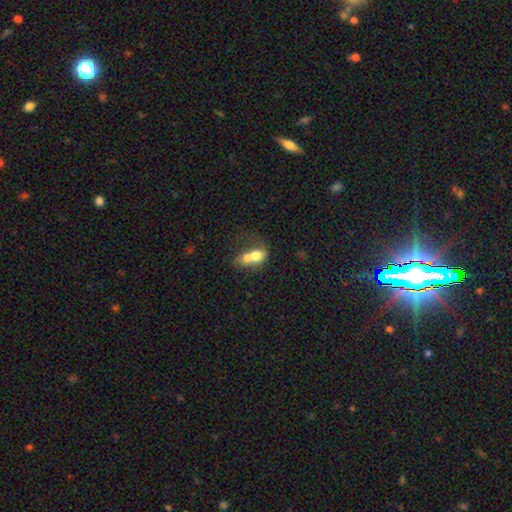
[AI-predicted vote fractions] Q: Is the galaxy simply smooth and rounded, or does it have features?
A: smooth — 67%.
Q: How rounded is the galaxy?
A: in between — 56%.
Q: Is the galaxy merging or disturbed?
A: merger — 72%.